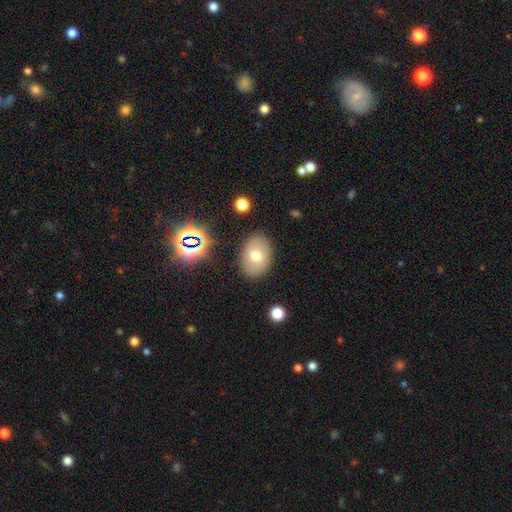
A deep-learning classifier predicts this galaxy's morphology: smooth-or-featured: smooth: 68% | featured or disk: 21% | star or artifact: 11%
  how-rounded: in between: 78% | round: 21% | cigar-shaped: 1%
  merging: none: 85% | minor disturbance: 10% | major disturbance: 3% | merger: 2%